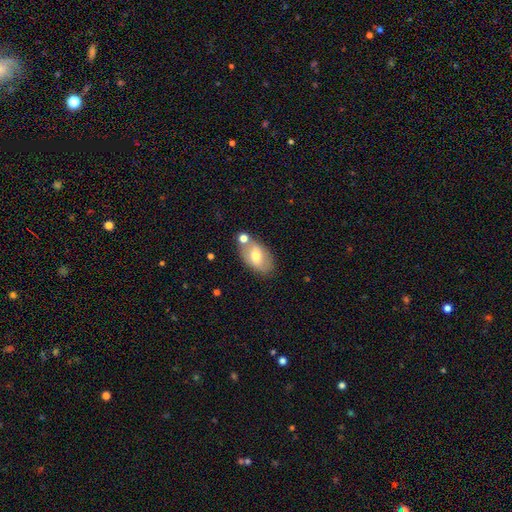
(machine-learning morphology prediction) Smooth or featured?
  - smooth: 62% *
  - featured or disk: 31%
  - star or artifact: 7%
How rounded?
  - in between: 92% *
  - round: 6%
  - cigar-shaped: 2%
Merging?
  - none: 63% *
  - merger: 17%
  - minor disturbance: 16%
  - major disturbance: 5%